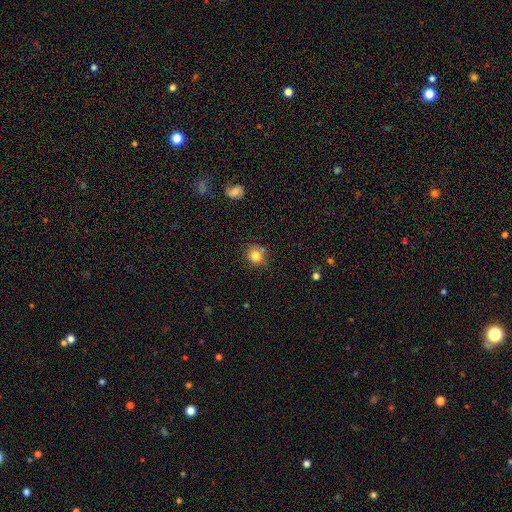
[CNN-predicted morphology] Q: Smooth or featured?
A: smooth (82%); runner-up: star or artifact (11%)
Q: How rounded?
A: round (87%); runner-up: in between (12%)
Q: Merging?
A: none (77%); runner-up: minor disturbance (13%)